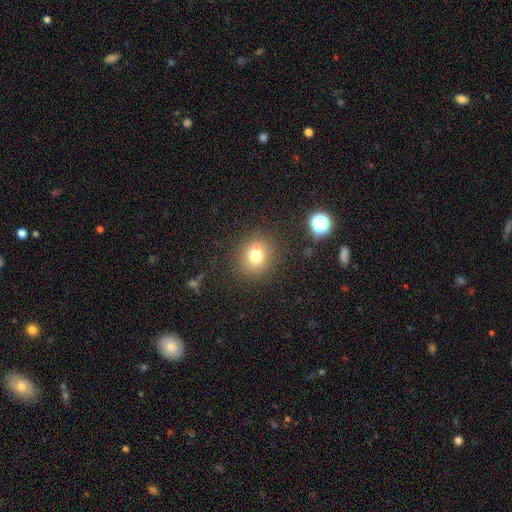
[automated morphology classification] Smooth or featured? Predicted: smooth (p=0.72). How rounded? Predicted: round (p=0.83). Merging? Predicted: none (p=0.71).